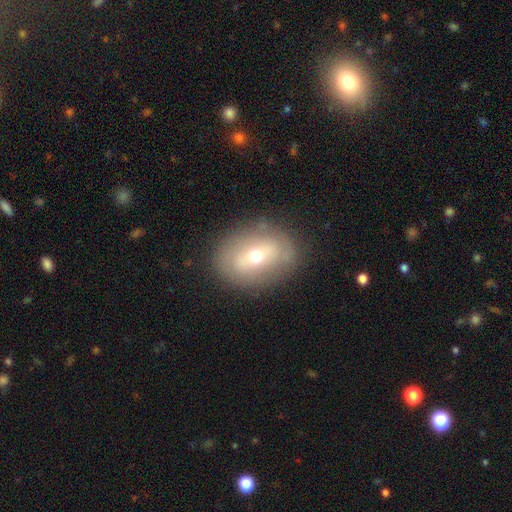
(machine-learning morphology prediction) Smooth or featured: smooth — 46% (featured or disk — 45%)
Merging: none — 81% (minor disturbance — 13%)